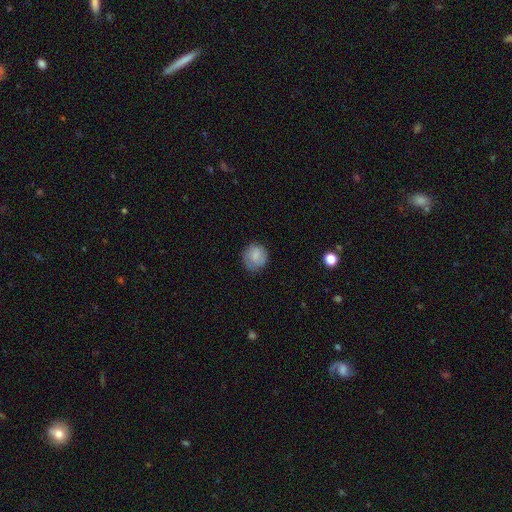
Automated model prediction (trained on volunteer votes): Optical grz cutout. It shows a smooth galaxy with no disk features (81%) that is round (89%). Merging: none (79%).